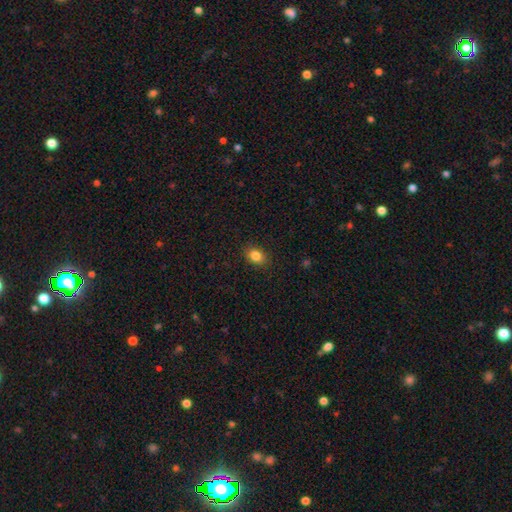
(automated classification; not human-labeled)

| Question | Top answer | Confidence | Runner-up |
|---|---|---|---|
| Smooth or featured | smooth | 85% | star or artifact (10%) |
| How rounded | in between | 68% | round (31%) |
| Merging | none | 88% | minor disturbance (9%) |